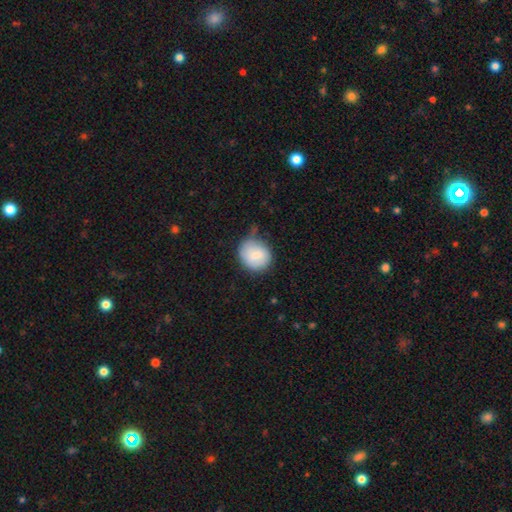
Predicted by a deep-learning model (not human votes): A smooth galaxy with no disk features (81%) that is round (77%).

Vote fractions:
- Smooth or featured? smooth: 81% / featured or disk: 12% / star or artifact: 7%
- How rounded? round: 77% / in between: 22% / cigar-shaped: 1%
- Merging? none: 59% / minor disturbance: 29% / major disturbance: 8% / merger: 4%